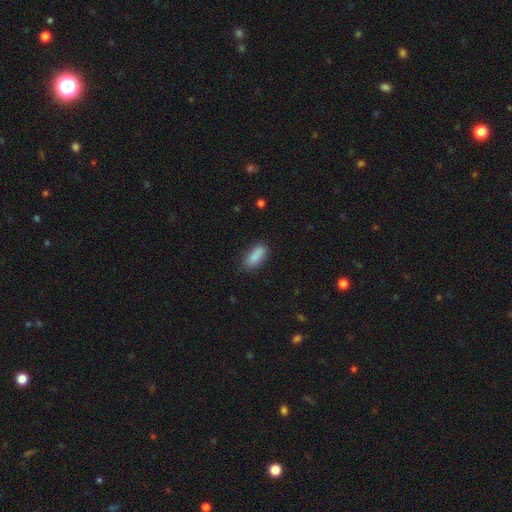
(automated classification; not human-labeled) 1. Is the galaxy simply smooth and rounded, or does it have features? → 87% smooth, 7% star or artifact, 6% featured or disk.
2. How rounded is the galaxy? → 77% in between, 21% cigar-shaped, 2% round.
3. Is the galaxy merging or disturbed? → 77% none, 17% minor disturbance, 4% major disturbance, 2% merger.